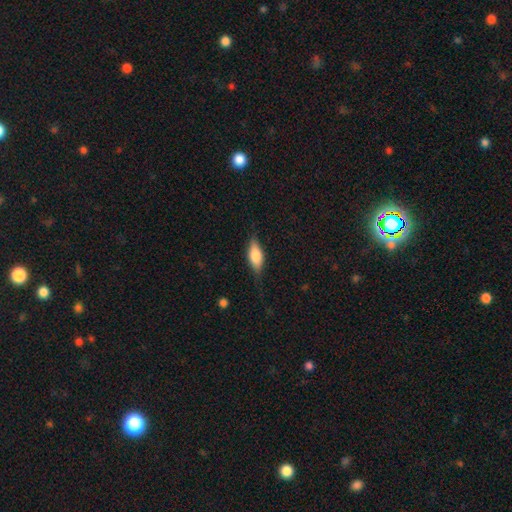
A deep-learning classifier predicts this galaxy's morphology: smooth_or_featured: smooth (p=0.69) [alt: featured or disk p=0.24]
how_rounded: in between (p=0.74) [alt: cigar-shaped p=0.23]
merging: none (p=0.76) [alt: minor disturbance p=0.19]